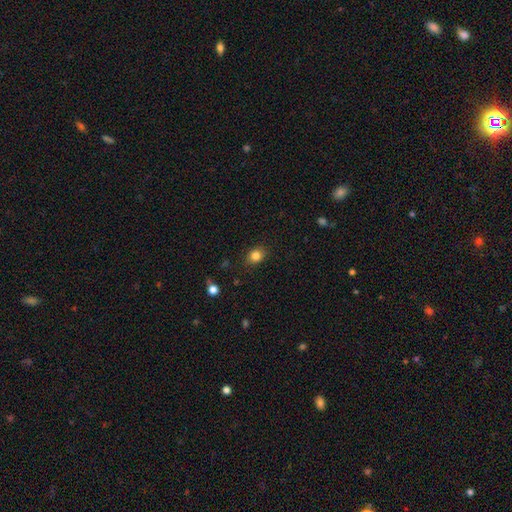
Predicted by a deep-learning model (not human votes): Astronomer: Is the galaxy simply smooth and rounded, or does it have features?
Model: smooth — 83%.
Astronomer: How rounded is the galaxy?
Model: round — 60% (runner-up: in between, 39%).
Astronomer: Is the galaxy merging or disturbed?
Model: none — 85%.